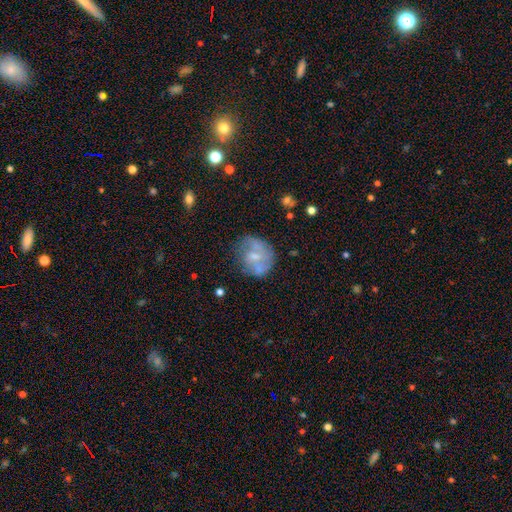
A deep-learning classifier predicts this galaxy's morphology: A featured or disk galaxy (48%).

Vote fractions:
- Smooth or featured? featured or disk: 48% / smooth: 43% / star or artifact: 9%
- Merging? none: 50% / minor disturbance: 25% / major disturbance: 17% / merger: 9%